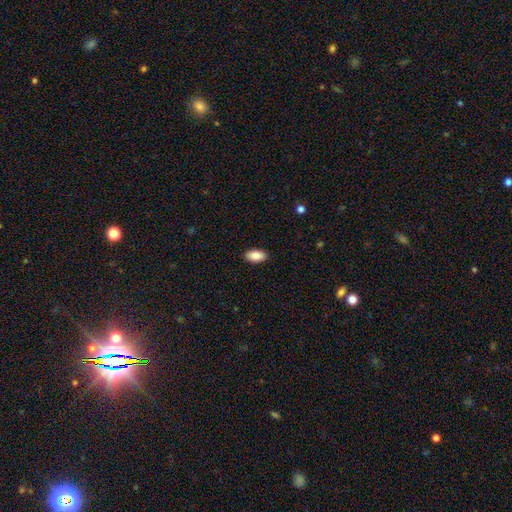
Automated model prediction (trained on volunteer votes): Smooth or featured? smooth (87%)
How rounded? in between (93%)
Merging? none (90%)